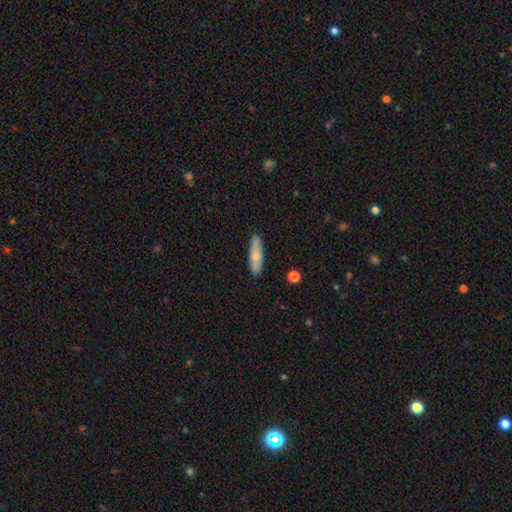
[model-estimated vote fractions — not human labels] This is likely a smooth galaxy (73%). How rounded: likely cigar-shaped (64%). Merging: clearly none (87%).